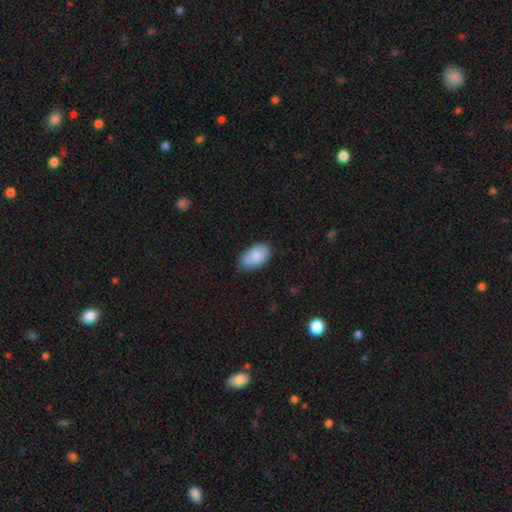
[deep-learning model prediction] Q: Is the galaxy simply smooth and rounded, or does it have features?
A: smooth — 86%.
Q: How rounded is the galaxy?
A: in between — 94%.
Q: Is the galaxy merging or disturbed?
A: none — 72%.